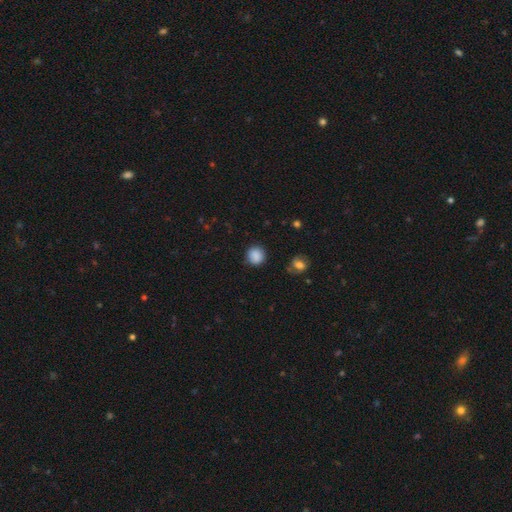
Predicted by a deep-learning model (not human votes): Smooth or featured?
  - smooth: 87% *
  - star or artifact: 9%
  - featured or disk: 4%
How rounded?
  - round: 88% *
  - in between: 11%
  - cigar-shaped: 1%
Merging?
  - none: 84% *
  - minor disturbance: 11%
  - major disturbance: 3%
  - merger: 2%